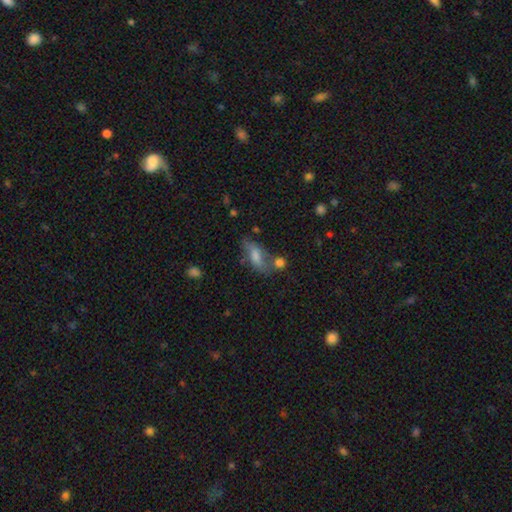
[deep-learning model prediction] This is possibly a smooth galaxy (54%). How rounded: likely in between (69%). Merging: possibly none (54%).